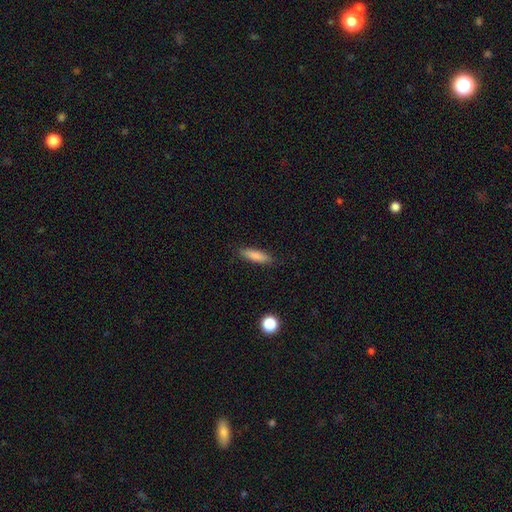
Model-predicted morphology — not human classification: A smooth galaxy with no disk features (84%) that is cigar-shaped (64%). Merging: none (87%).